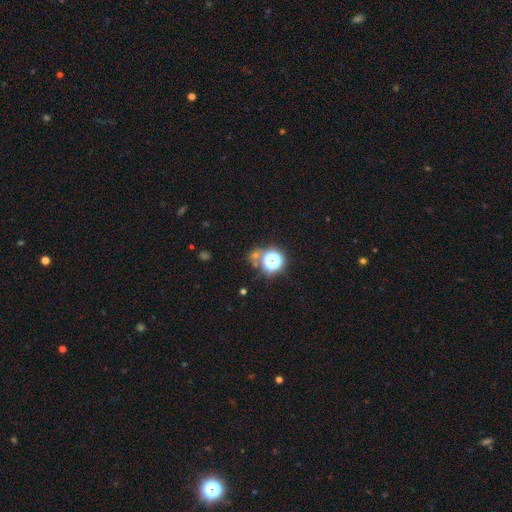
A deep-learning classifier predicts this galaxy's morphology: star or artifact 54%, smooth 38%, featured or disk 8%.